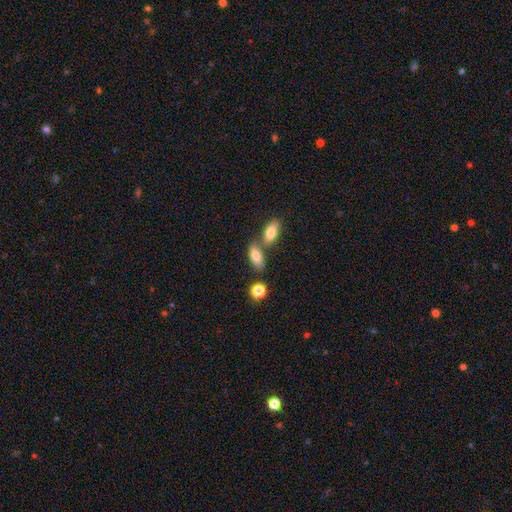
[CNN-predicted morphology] Smooth or featured? Predicted: smooth (p=0.79). How rounded? Predicted: in between (p=0.85). Merging? Predicted: none (p=0.52).